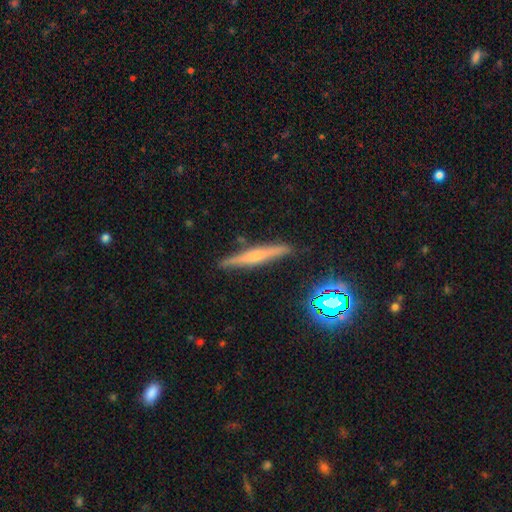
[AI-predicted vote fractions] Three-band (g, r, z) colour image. It shows a featured or disk galaxy (49%). Merging: none (87%).